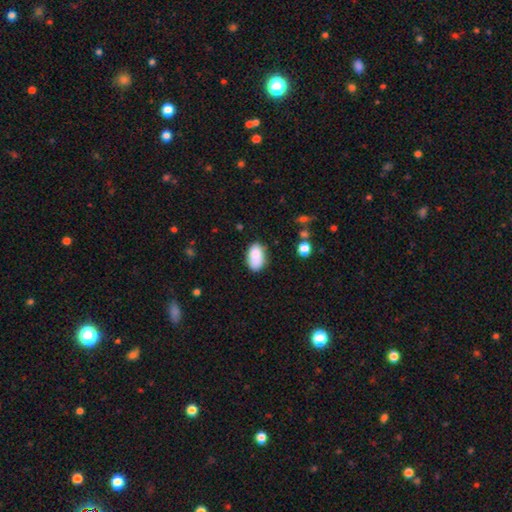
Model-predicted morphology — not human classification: smooth-or-featured: smooth: 86% | star or artifact: 8% | featured or disk: 7%
  how-rounded: in between: 92% | round: 6% | cigar-shaped: 1%
  merging: none: 71% | minor disturbance: 21% | major disturbance: 4% | merger: 4%